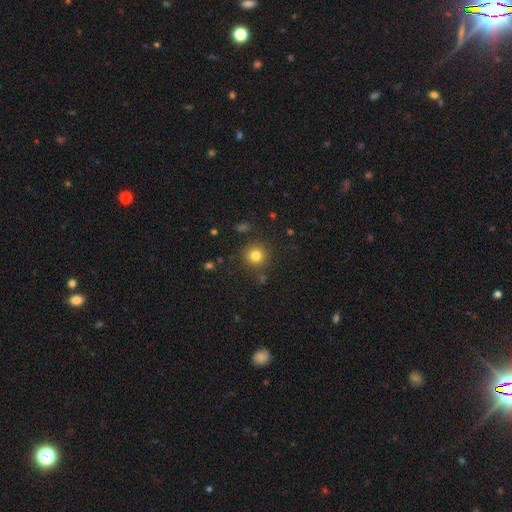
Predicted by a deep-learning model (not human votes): Smooth or featured? smooth (80%)
How rounded? round (93%)
Merging? none (86%)